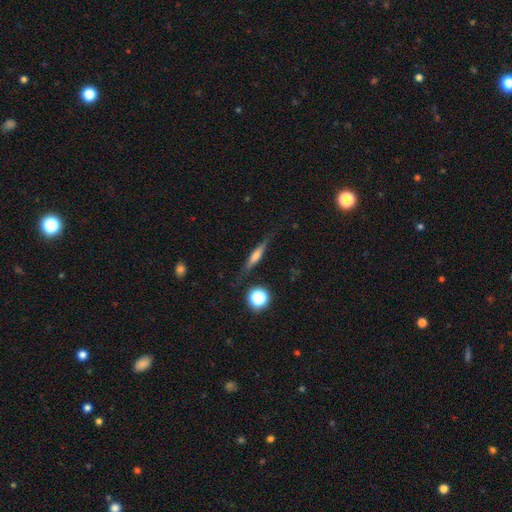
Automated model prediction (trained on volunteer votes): featured or disk 49%, smooth 42%, star or artifact 10%. Down the decision tree: merging — none (82%).